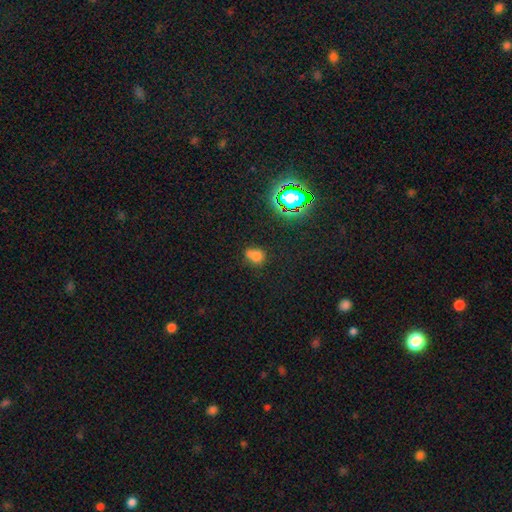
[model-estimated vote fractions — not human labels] Smooth or featured? Predicted: smooth (p=0.68). How rounded? Predicted: round (p=0.64). Merging? Predicted: none (p=0.45).